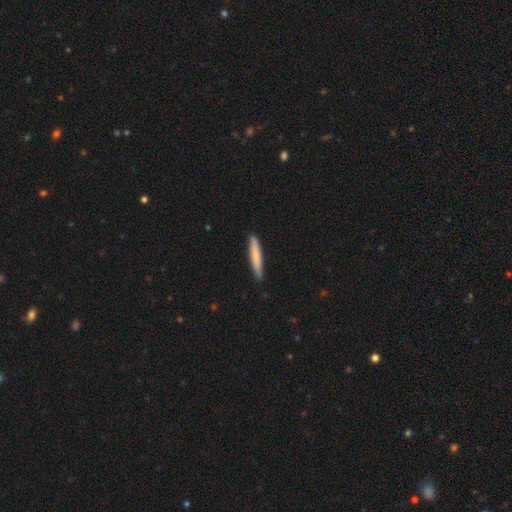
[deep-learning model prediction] This appears to be a smooth galaxy with no disk features (75%) that is cigar-shaped (94%). Merging: none (88%).